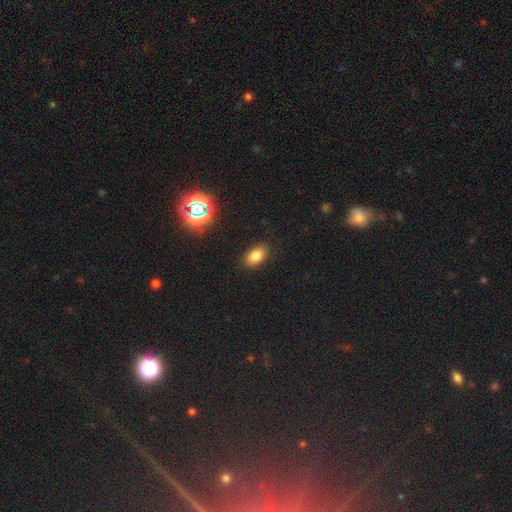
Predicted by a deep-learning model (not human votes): smooth_or_featured: smooth (p=0.80) [alt: star or artifact p=0.13]
how_rounded: in between (p=0.89) [alt: round p=0.08]
merging: none (p=0.87) [alt: minor disturbance p=0.09]